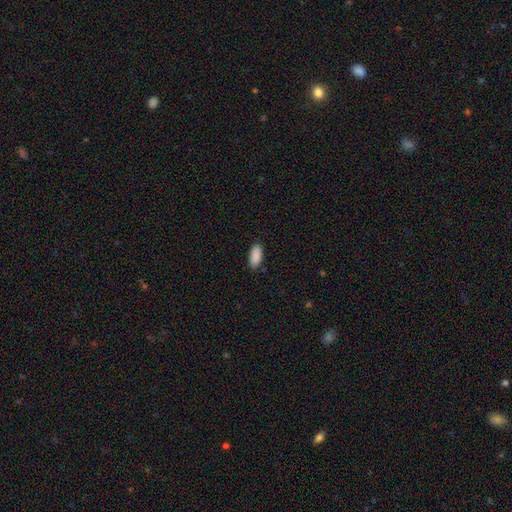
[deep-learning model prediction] This appears to be a smooth galaxy with no disk features (91%) that is in between round and cigar-shaped (87%). Merging: none (88%).